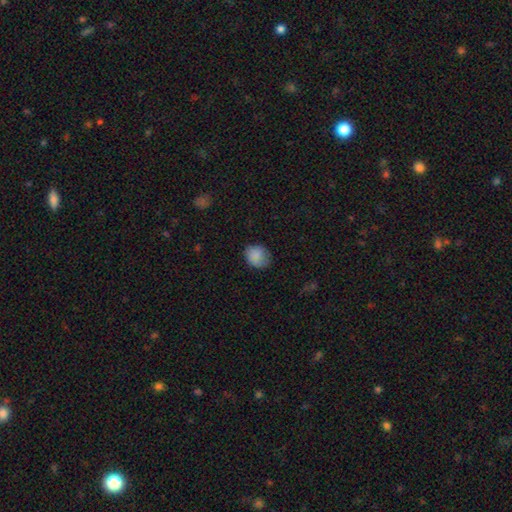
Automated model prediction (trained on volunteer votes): Q: Smooth or featured?
A: smooth (85%); runner-up: star or artifact (9%)
Q: How rounded?
A: round (64%); runner-up: in between (35%)
Q: Merging?
A: none (70%); runner-up: minor disturbance (24%)